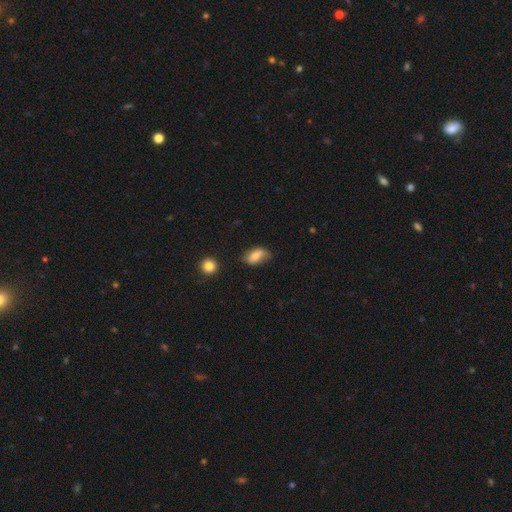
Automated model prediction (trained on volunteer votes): A smooth galaxy with no disk features (74%) that is in between round and cigar-shaped (89%). Merging: none (62%).